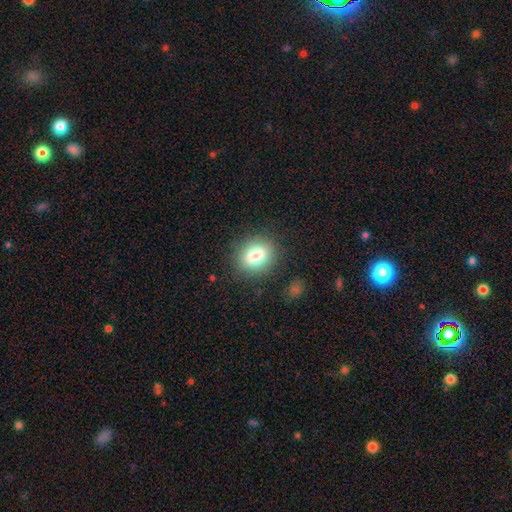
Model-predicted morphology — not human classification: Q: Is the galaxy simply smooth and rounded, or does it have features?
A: smooth — 81%.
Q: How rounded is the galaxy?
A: round — 52%.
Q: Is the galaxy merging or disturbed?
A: none — 86%.